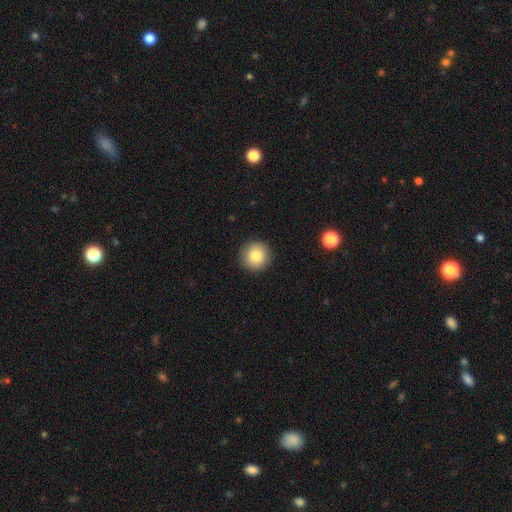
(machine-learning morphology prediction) smooth-or-featured: smooth: 85% | star or artifact: 9% | featured or disk: 7%
  how-rounded: round: 94% | in between: 5% | cigar-shaped: 1%
  merging: none: 91% | minor disturbance: 6% | major disturbance: 2% | merger: 1%